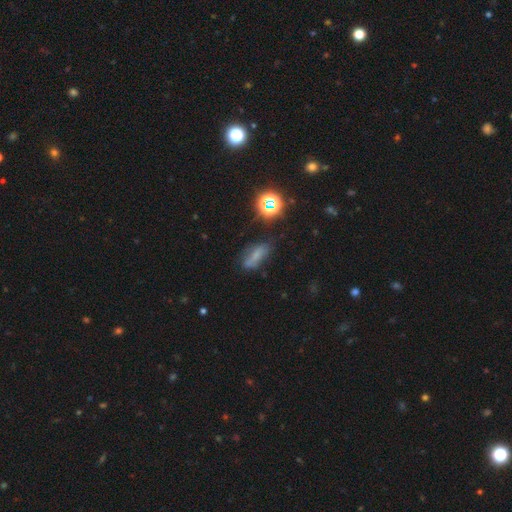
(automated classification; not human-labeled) smooth 57%, star or artifact 22%, featured or disk 21%. Down the decision tree: how rounded — in between (61%); merging — none (55%).